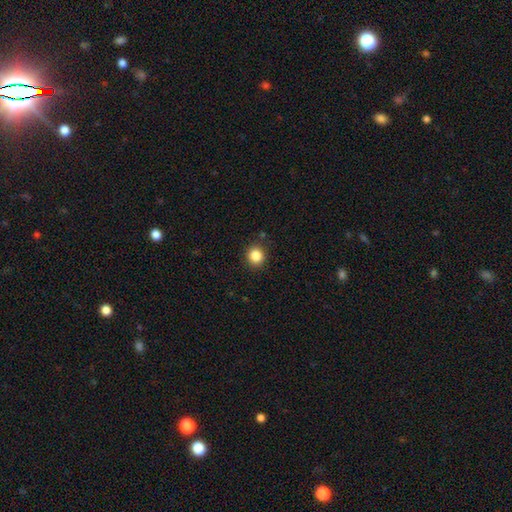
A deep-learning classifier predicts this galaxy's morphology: This is clearly a smooth galaxy (85%). How rounded: clearly round (86%). Merging: clearly none (89%).